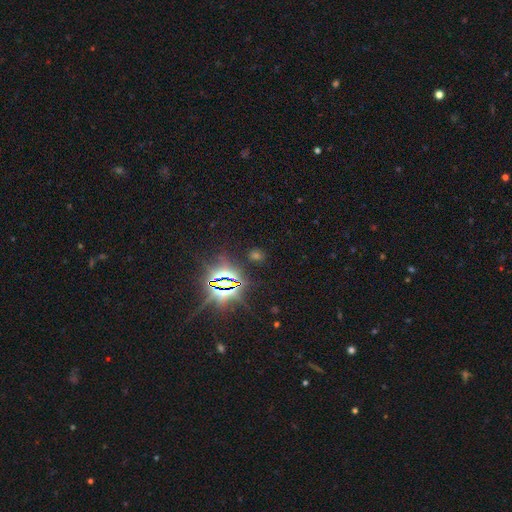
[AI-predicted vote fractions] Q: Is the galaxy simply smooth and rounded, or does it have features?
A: star or artifact — 73%.